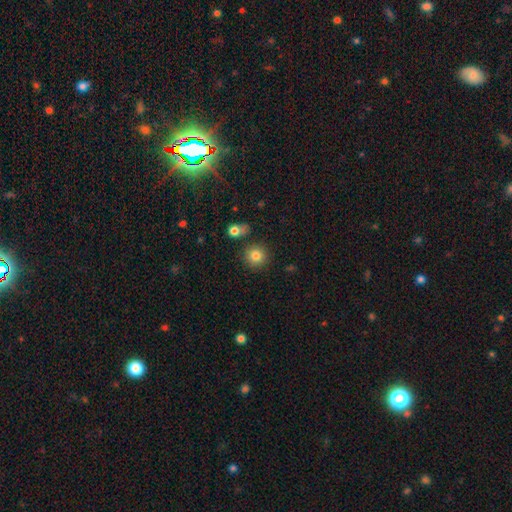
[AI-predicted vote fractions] smooth 82%, star or artifact 11%, featured or disk 7%. Down the decision tree: how rounded — round (92%); merging — none (83%).